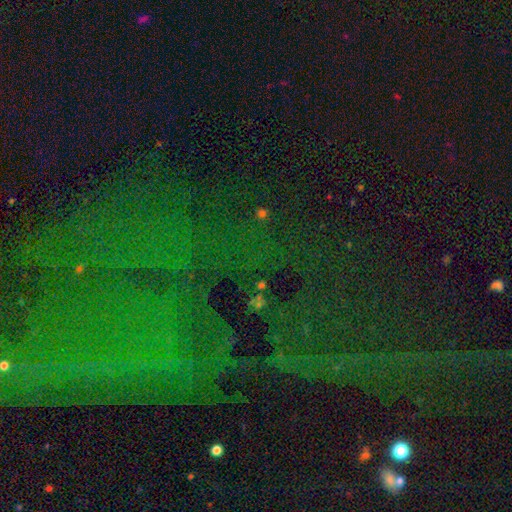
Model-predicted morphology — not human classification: smooth-or-featured: star or artifact: 80% | featured or disk: 10% | smooth: 10%